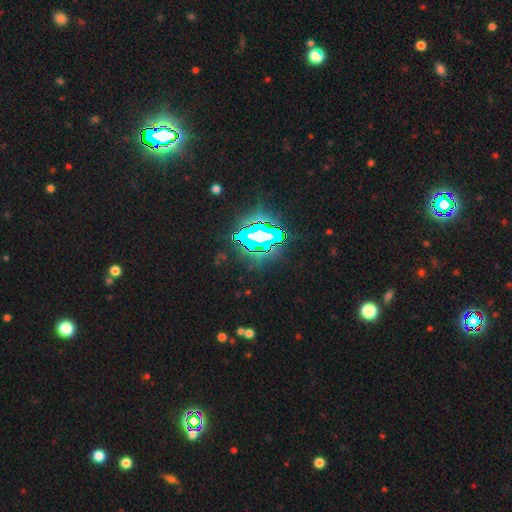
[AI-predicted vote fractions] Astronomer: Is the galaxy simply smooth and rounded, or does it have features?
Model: star or artifact — 84%.